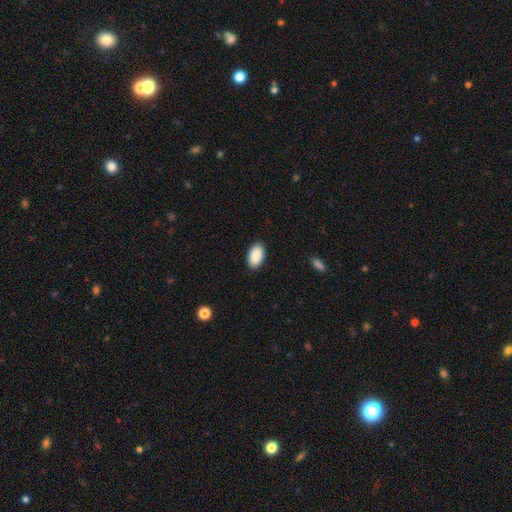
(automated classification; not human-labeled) smooth 91%, star or artifact 6%, featured or disk 3%. Down the decision tree: how rounded — in between (95%); merging — none (89%).